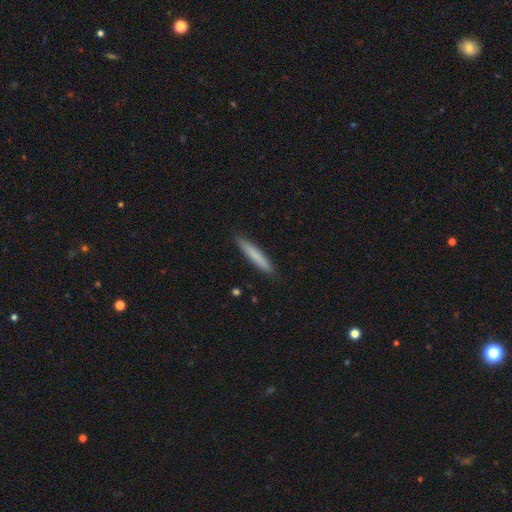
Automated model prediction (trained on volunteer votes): Smooth or featured: smooth — 77% (featured or disk — 17%)
How rounded: cigar-shaped — 94% (in between — 5%)
Merging: none — 90% (minor disturbance — 7%)